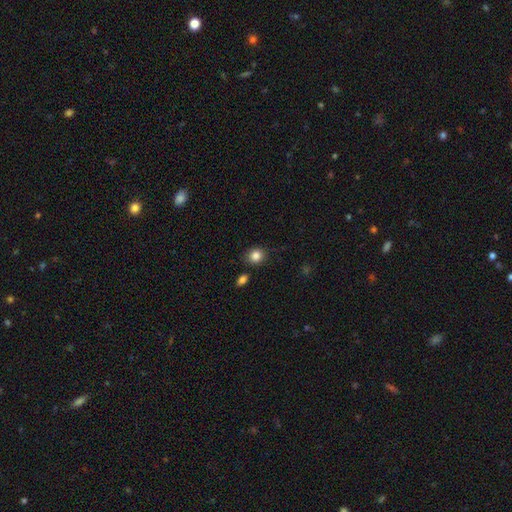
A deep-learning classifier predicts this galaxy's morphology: A smooth galaxy with no disk features (85%) that is round (73%). Merging: none (83%).